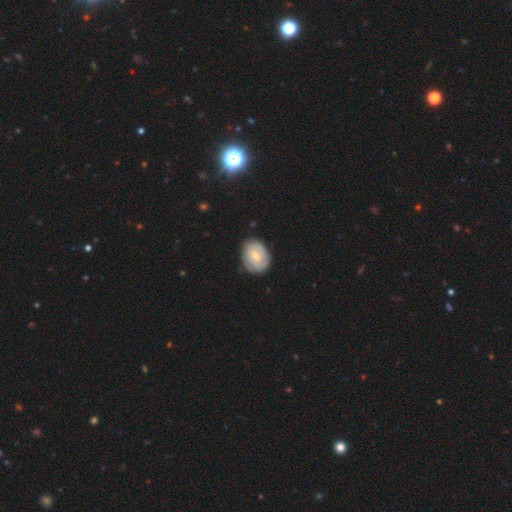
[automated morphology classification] Smooth or featured? Predicted: featured or disk (p=0.53). Edge-on disk? Predicted: no (p=0.97). Bar? Predicted: no (p=0.67). Spiral arms? Predicted: yes (p=0.77). Bulge size? Predicted: small (p=0.56). Merging? Predicted: none (p=0.77).